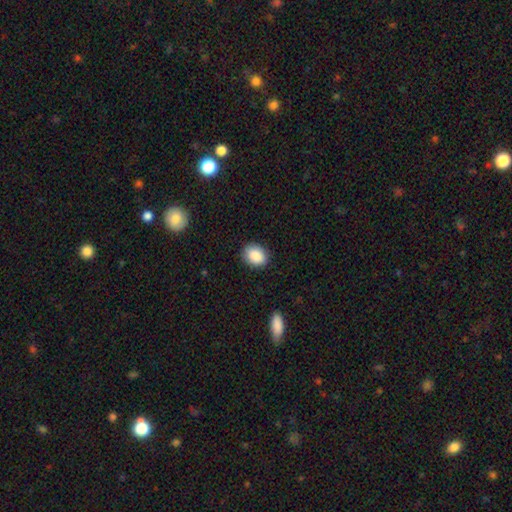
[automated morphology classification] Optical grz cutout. It shows a smooth galaxy with no disk features (88%) that is in between round and cigar-shaped (65%). Merging: none (86%).